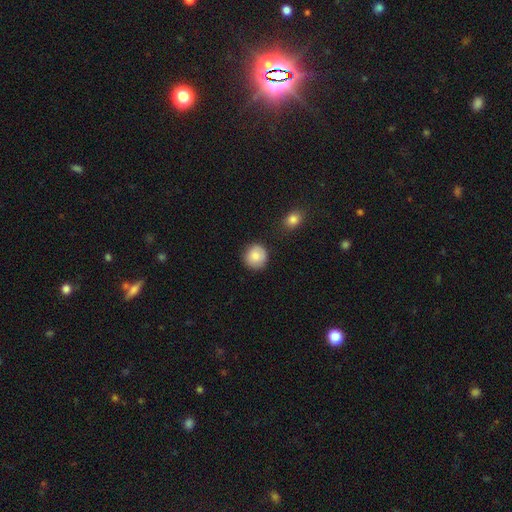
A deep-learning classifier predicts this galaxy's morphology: Smooth or featured? Predicted: smooth (p=0.85). How rounded? Predicted: round (p=0.91). Merging? Predicted: none (p=0.83).